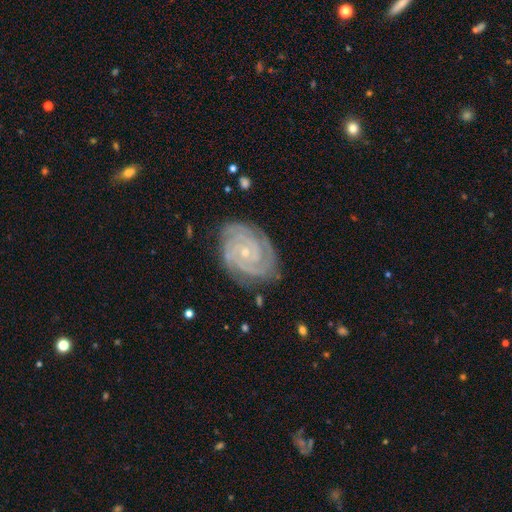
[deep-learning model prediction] Smooth or featured: featured or disk — 91% (star or artifact — 5%)
Edge-on disk: no — 98% (yes — 2%)
Bar: no — 71% (weak — 21%)
Spiral arms: yes — 99% (no — 1%)
Spiral winding: tight — 83% (medium — 15%)
Spiral arm count: 2 — 41% (3 — 28%)
Bulge size: small — 81% (moderate — 15%)
Merging: none — 80% (minor disturbance — 15%)